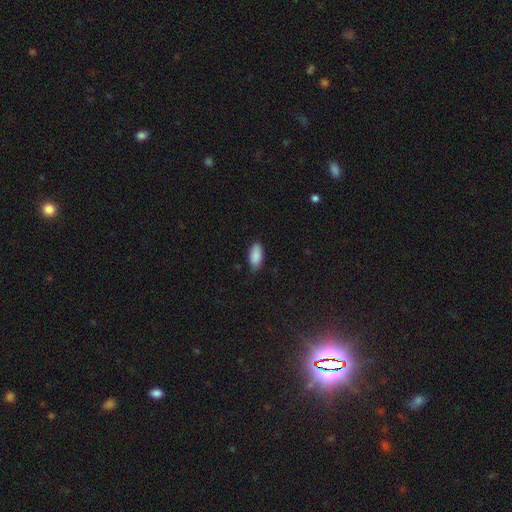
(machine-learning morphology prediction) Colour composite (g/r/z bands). It shows a smooth galaxy with no disk features (89%) that is in between round and cigar-shaped (93%). Merging: none (76%).